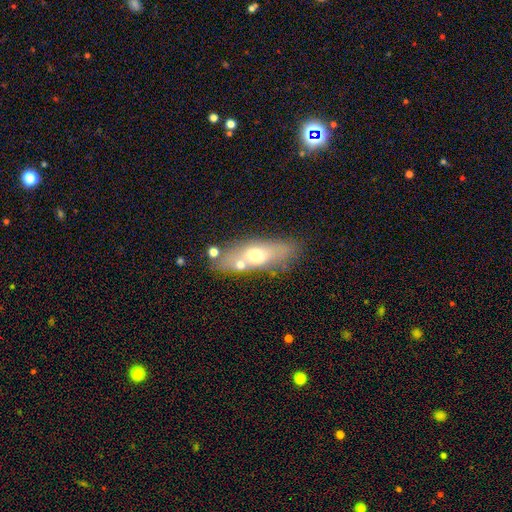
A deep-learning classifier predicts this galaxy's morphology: Smooth or featured?
  - smooth: 55% *
  - featured or disk: 36%
  - star or artifact: 9%
How rounded?
  - in between: 66% *
  - cigar-shaped: 28%
  - round: 6%
Merging?
  - none: 65% *
  - merger: 15%
  - minor disturbance: 14%
  - major disturbance: 6%